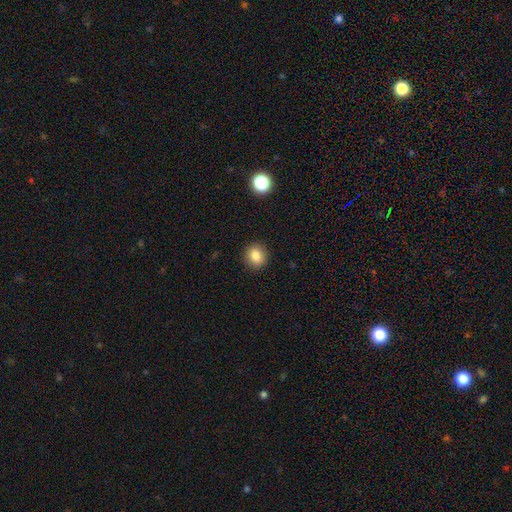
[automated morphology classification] smooth 83%, star or artifact 10%, featured or disk 6%. Down the decision tree: how rounded — round (79%); merging — none (91%).